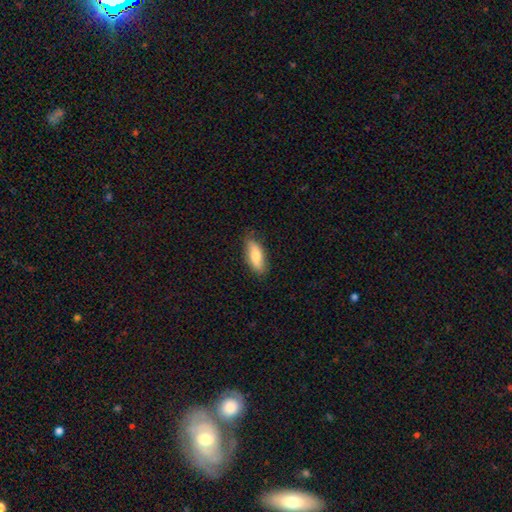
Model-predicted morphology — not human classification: This is likely a smooth galaxy (75%). How rounded: likely in between (72%). Merging: clearly none (82%).